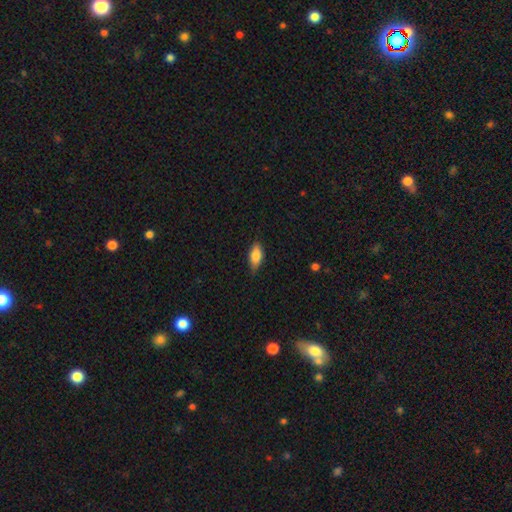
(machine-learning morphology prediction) A smooth galaxy with no disk features (79%) that is in between round and cigar-shaped (85%).

Vote fractions:
- Smooth or featured? smooth: 79% / featured or disk: 15% / star or artifact: 7%
- How rounded? in between: 85% / cigar-shaped: 11% / round: 4%
- Merging? none: 78% / minor disturbance: 19% / major disturbance: 3% / merger: 1%